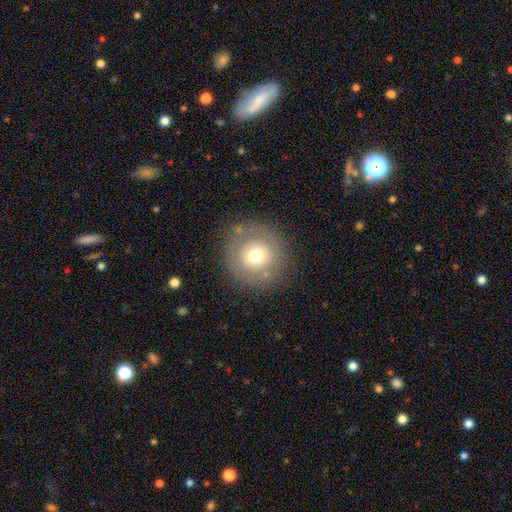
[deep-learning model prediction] The model was most divided on "smooth or featured": smooth: 66%, featured or disk: 23%, star or artifact: 11%. More confident: how rounded — round (95%); merging — none (82%).